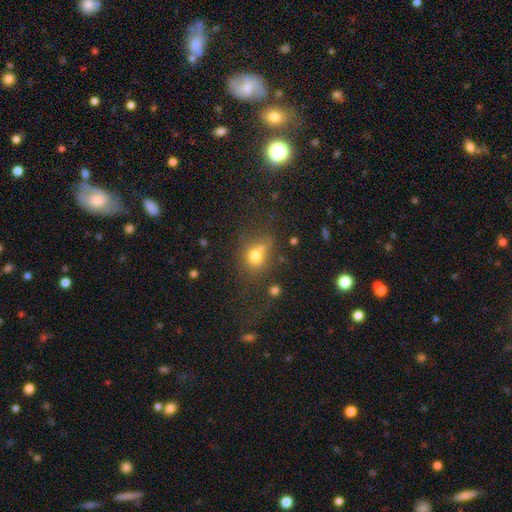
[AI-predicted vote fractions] Q: Smooth or featured?
A: smooth (72%); runner-up: star or artifact (16%)
Q: How rounded?
A: round (66%); runner-up: in between (32%)
Q: Merging?
A: none (52%); runner-up: merger (23%)